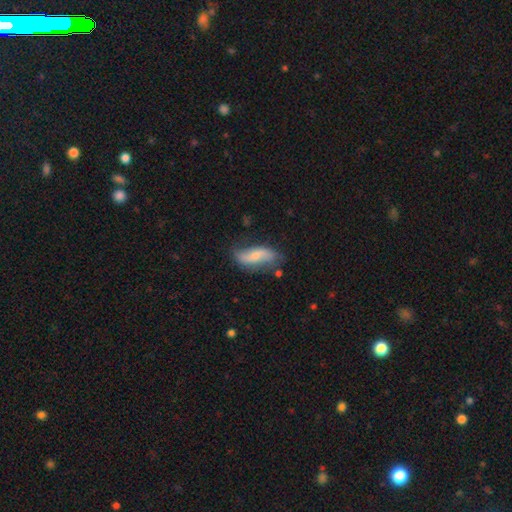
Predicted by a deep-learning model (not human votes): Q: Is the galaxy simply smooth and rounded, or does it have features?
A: featured or disk — 52%.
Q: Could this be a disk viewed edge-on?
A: no — 87%.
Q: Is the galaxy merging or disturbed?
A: none — 62%.